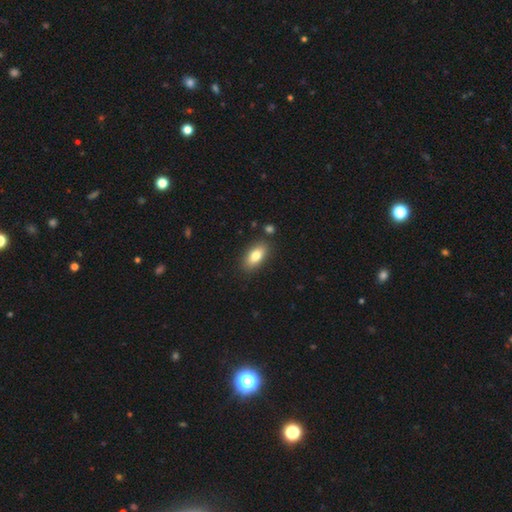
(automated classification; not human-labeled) A smooth galaxy with no disk features (79%) that is in between round and cigar-shaped (87%).

Vote fractions:
- Smooth or featured? smooth: 79% / featured or disk: 14% / star or artifact: 7%
- How rounded? in between: 87% / cigar-shaped: 9% / round: 4%
- Merging? none: 85% / minor disturbance: 10% / merger: 3% / major disturbance: 2%